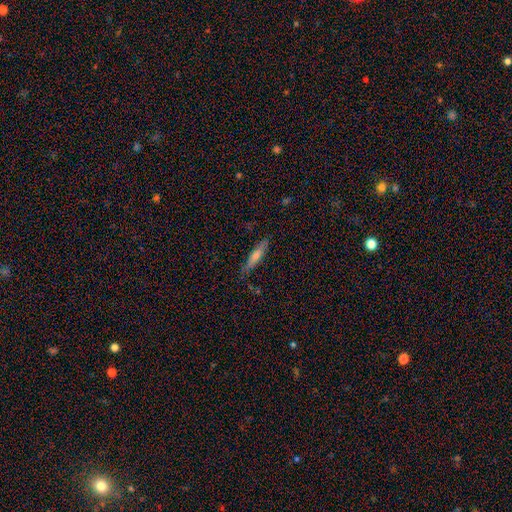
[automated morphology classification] A smooth galaxy with no disk features (55%) that is cigar-shaped (87%). Merging: none (83%).